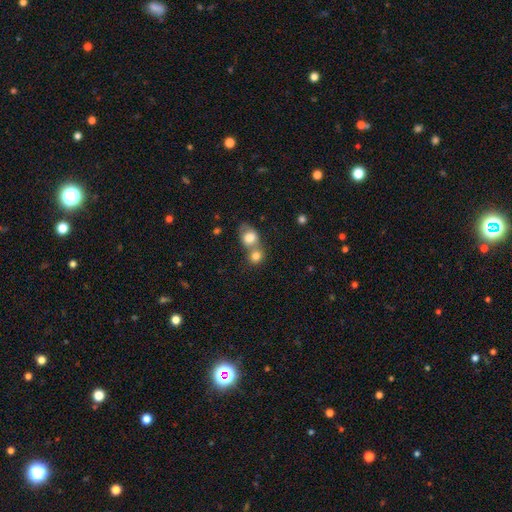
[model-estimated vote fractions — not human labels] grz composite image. It shows a smooth galaxy with no disk features (79%) that is round (72%). Merging: merger (60%).